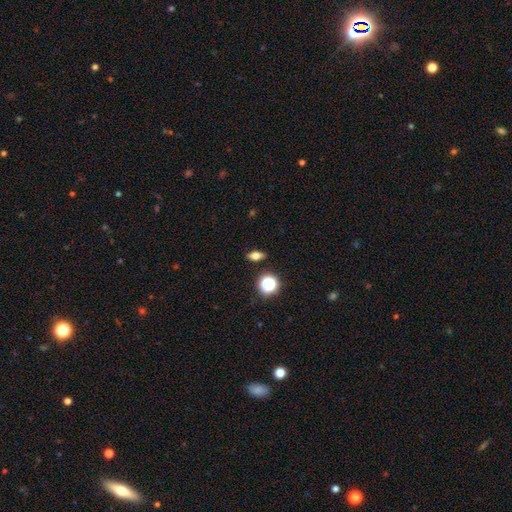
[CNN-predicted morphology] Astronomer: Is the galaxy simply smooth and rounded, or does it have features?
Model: smooth — 62%.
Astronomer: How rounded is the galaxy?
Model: in between — 68%.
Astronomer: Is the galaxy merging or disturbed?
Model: none — 88%.